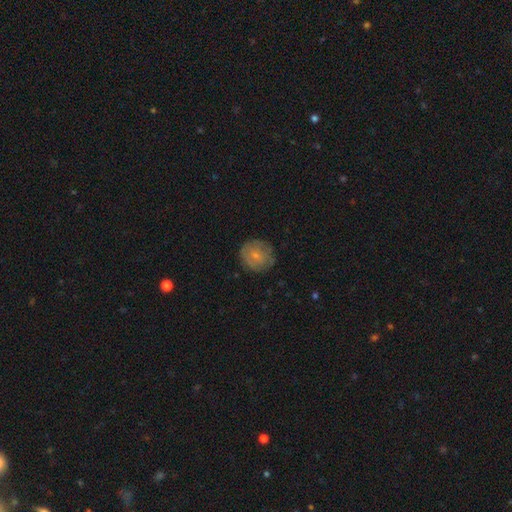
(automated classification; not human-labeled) smooth 68%, featured or disk 25%, star or artifact 7%. Down the decision tree: how rounded — round (84%); merging — none (76%).